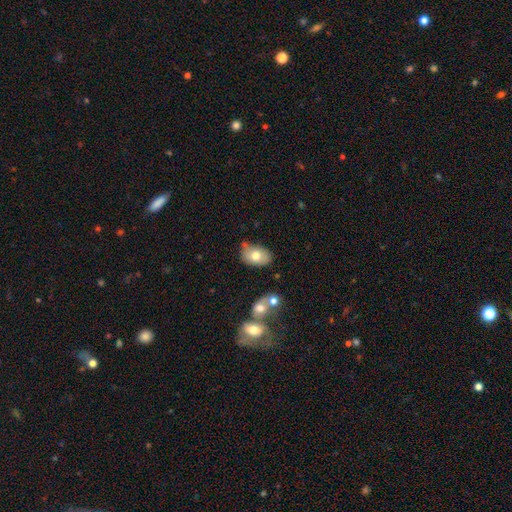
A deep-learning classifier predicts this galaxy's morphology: smooth-or-featured: smooth: 73% | featured or disk: 19% | star or artifact: 8%
  how-rounded: in between: 84% | round: 15% | cigar-shaped: 1%
  merging: none: 51% | minor disturbance: 31% | merger: 10% | major disturbance: 8%